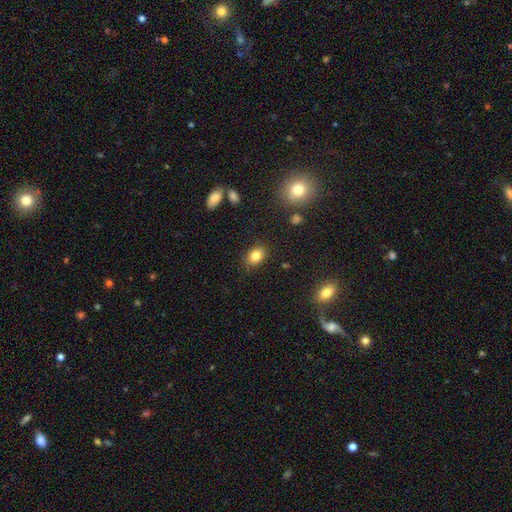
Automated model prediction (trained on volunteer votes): This is clearly a smooth galaxy (82%). How rounded: likely in between (69%). Merging: clearly none (84%).